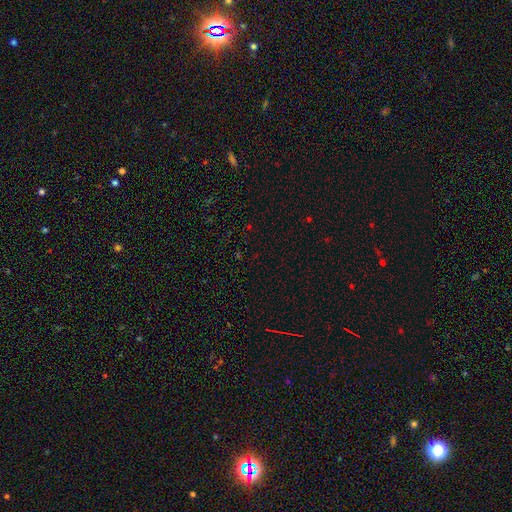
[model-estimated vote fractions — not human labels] A star or artifact, not a galaxy (65%).

Vote fractions:
- Smooth or featured? star or artifact: 65% / smooth: 27% / featured or disk: 8%